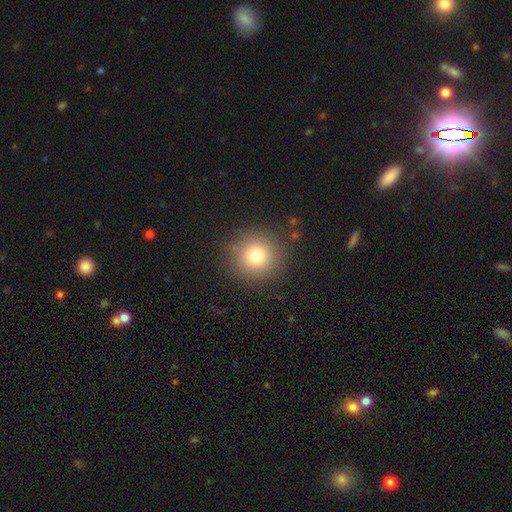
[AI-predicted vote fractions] Smooth or featured: smooth — 77% (star or artifact — 14%)
How rounded: round — 94% (in between — 5%)
Merging: none — 88% (minor disturbance — 7%)